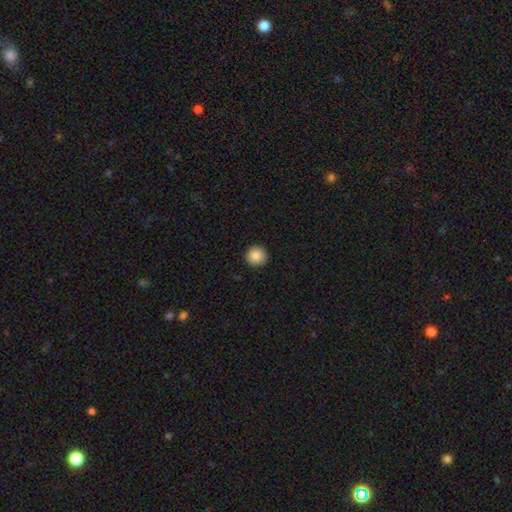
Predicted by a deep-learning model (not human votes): A smooth galaxy with no disk features (86%) that is round (95%).

Vote fractions:
- Smooth or featured? smooth: 86% / star or artifact: 9% / featured or disk: 5%
- How rounded? round: 95% / in between: 4% / cigar-shaped: 1%
- Merging? none: 92% / minor disturbance: 5% / major disturbance: 2% / merger: 1%